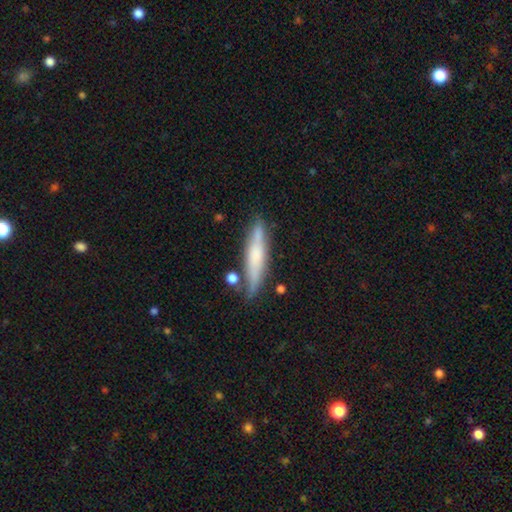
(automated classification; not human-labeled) Morphology: type=smooth (55%); roundness=cigar-shaped (86%); merging=none (75%).